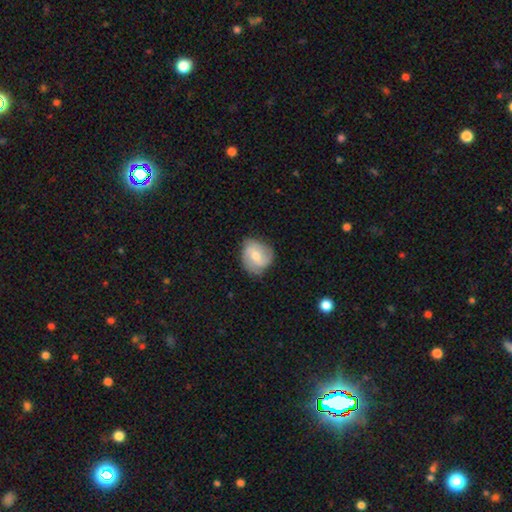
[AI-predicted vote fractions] smooth_or_featured: featured or disk (p=0.59) [alt: smooth p=0.34]
disk_edge_on: no (p=0.97) [alt: yes p=0.03]
bar: no (p=0.45) [alt: weak p=0.43]
has_spiral_arms: yes (p=0.88) [alt: no p=0.12]
spiral_winding: medium (p=0.44) [alt: tight p=0.33]
spiral_arm_count: 2 (p=0.59) [alt: can't tell p=0.16]
bulge_size: moderate (p=0.58) [alt: small p=0.37]
merging: none (p=0.71) [alt: minor disturbance p=0.22]